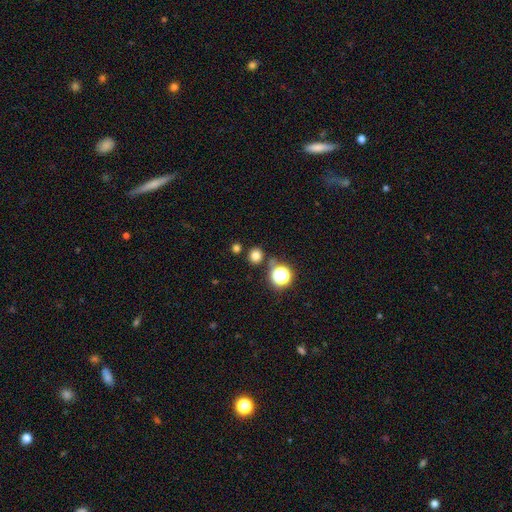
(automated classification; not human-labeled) A smooth galaxy with no disk features (75%) that is round (91%).

Vote fractions:
- Smooth or featured? smooth: 75% / star or artifact: 19% / featured or disk: 5%
- How rounded? round: 91% / in between: 8% / cigar-shaped: 1%
- Merging? none: 82% / merger: 8% / minor disturbance: 7% / major disturbance: 3%